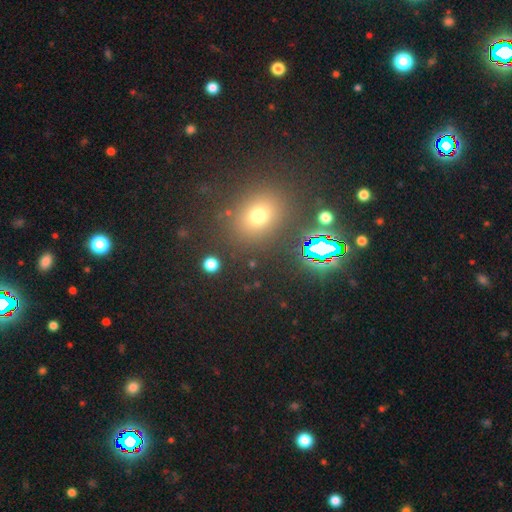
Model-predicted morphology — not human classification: type=smooth (49%); merging=none (84%).